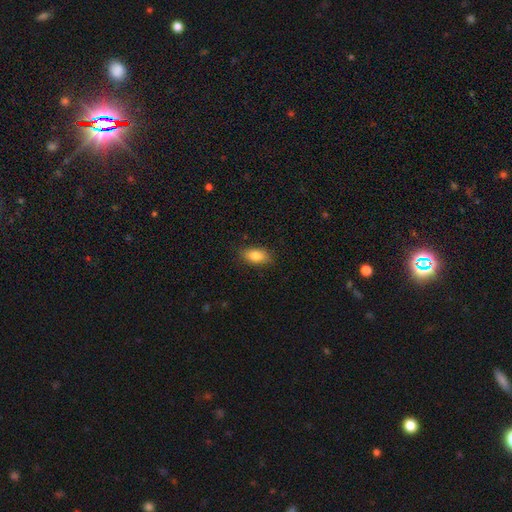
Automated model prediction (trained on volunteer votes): Smooth or featured? Predicted: smooth (p=0.84). How rounded? Predicted: in between (p=0.88). Merging? Predicted: none (p=0.85).